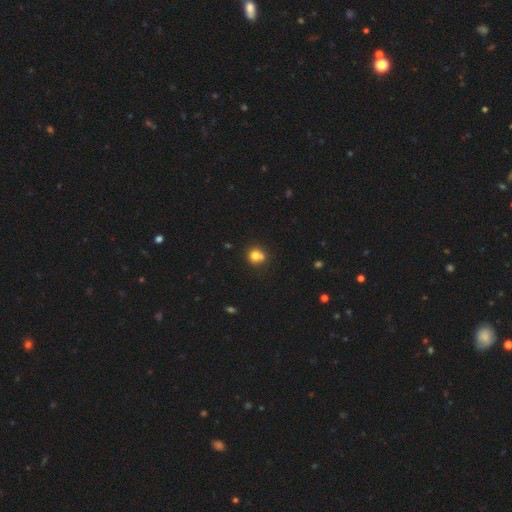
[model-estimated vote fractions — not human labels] Smooth or featured: smooth — 75% (featured or disk — 13%)
How rounded: round — 84% (in between — 15%)
Merging: none — 52% (merger — 33%)